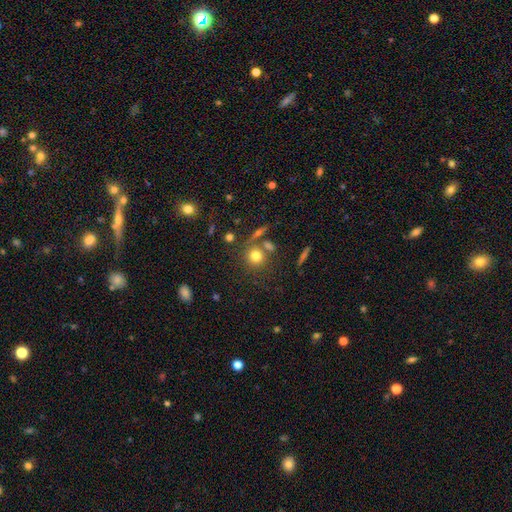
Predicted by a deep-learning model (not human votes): The model was most divided on "merging": none: 68%, merger: 16%, minor disturbance: 10%, major disturbance: 5%. More confident: how rounded — round (87%); smooth or featured — smooth (75%).